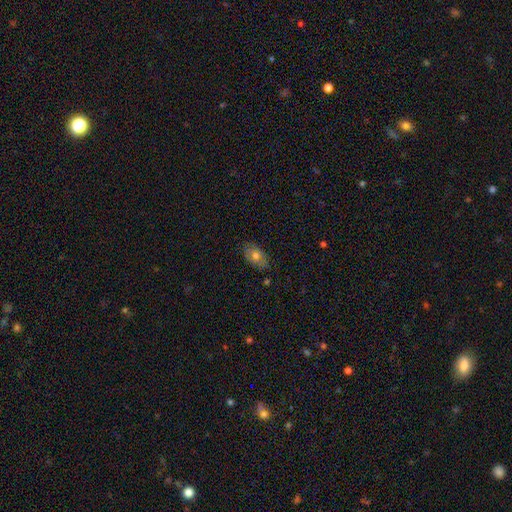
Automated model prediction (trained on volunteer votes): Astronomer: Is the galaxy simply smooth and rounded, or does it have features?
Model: smooth — 68%.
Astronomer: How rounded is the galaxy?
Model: in between — 89%.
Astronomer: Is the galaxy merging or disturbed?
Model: none — 79%.